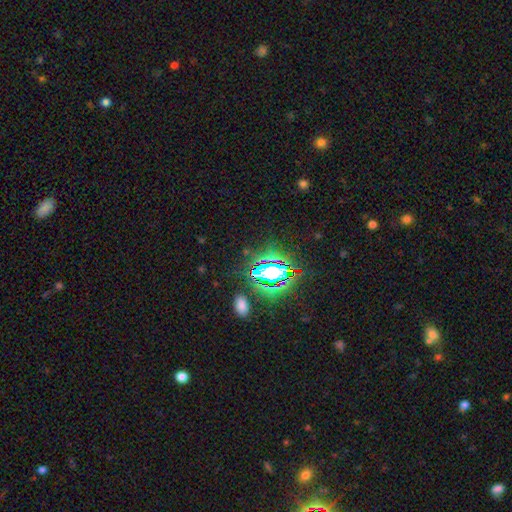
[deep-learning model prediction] Smooth or featured? star or artifact (76%)